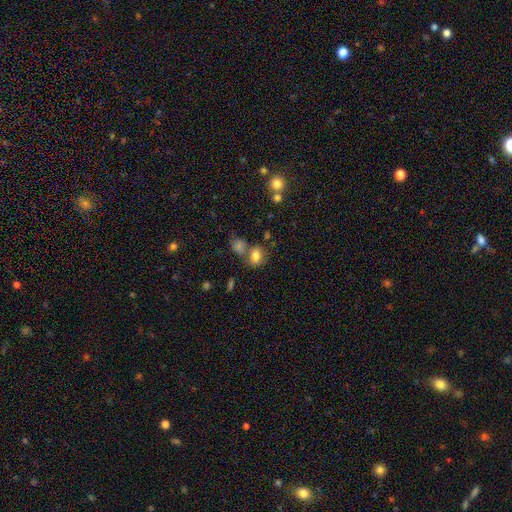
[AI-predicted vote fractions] The model was most divided on "how rounded": in between: 59%, round: 40%, cigar-shaped: 1%. More confident: smooth or featured — smooth (79%); merging — none (54%).